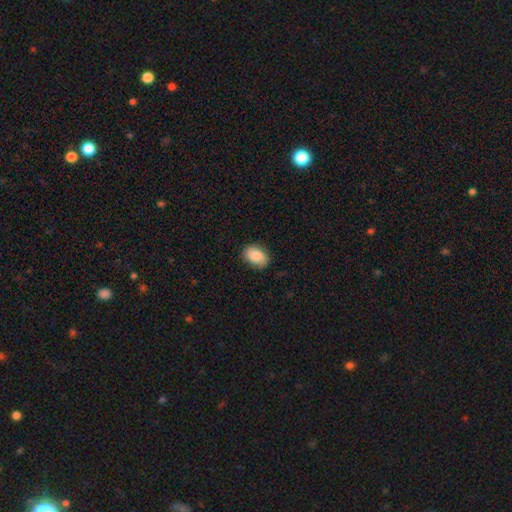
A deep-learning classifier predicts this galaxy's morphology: This is clearly a smooth galaxy (85%). How rounded: clearly in between (85%). Merging: clearly none (83%).